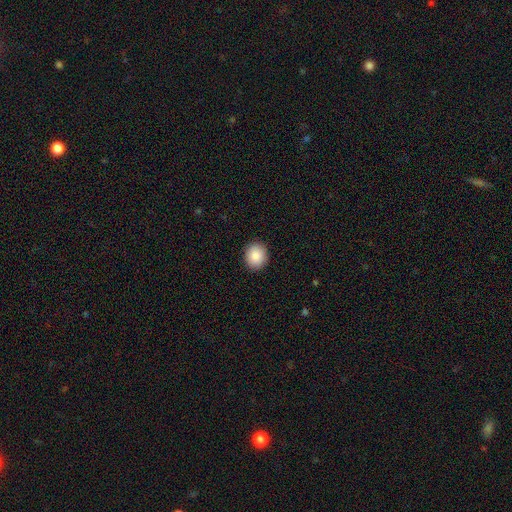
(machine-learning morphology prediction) This is clearly a smooth galaxy (88%). How rounded: likely round (70%). Merging: clearly none (91%).